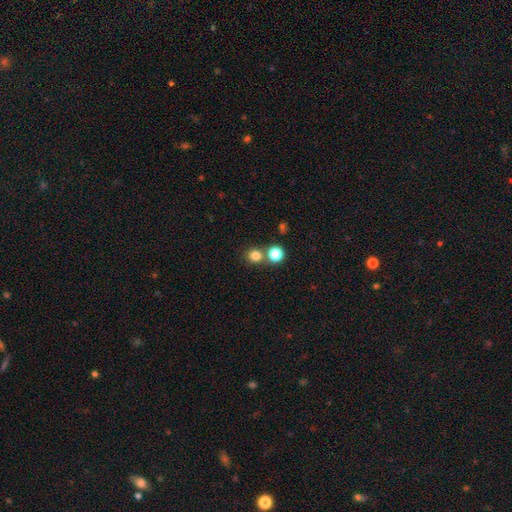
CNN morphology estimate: smooth-or-featured: smooth: 80% | star or artifact: 15% | featured or disk: 6%
  how-rounded: round: 87% | in between: 12% | cigar-shaped: 1%
  merging: none: 66% | merger: 25% | minor disturbance: 7% | major disturbance: 3%